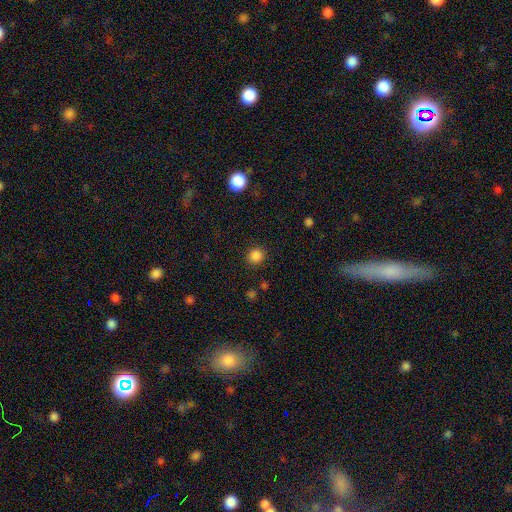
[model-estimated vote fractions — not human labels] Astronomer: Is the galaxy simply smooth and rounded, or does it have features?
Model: smooth — 85%.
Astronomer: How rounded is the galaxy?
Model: round — 90%.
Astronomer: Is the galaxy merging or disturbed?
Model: none — 89%.